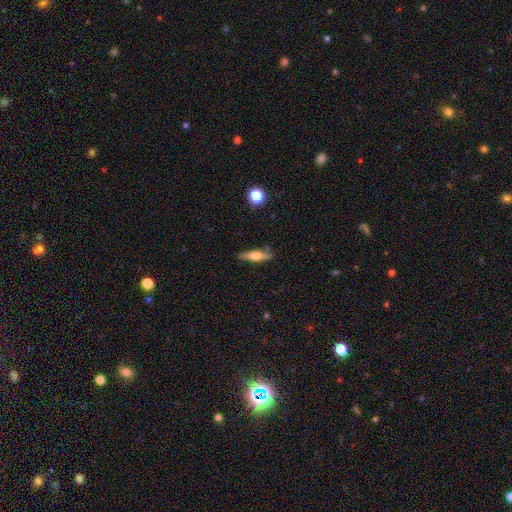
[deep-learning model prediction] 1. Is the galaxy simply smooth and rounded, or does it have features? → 48% smooth, 45% featured or disk, 7% star or artifact.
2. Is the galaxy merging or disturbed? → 83% none, 12% minor disturbance, 3% major disturbance, 3% merger.